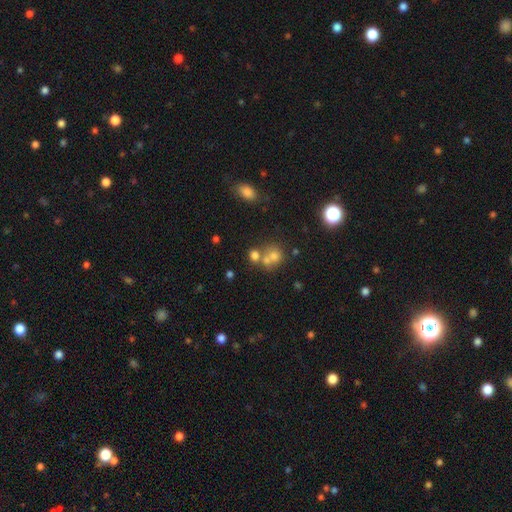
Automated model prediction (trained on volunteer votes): Q: Smooth or featured?
A: smooth (66%); runner-up: star or artifact (19%)
Q: How rounded?
A: round (70%); runner-up: in between (29%)
Q: Merging?
A: merger (45%); runner-up: none (42%)